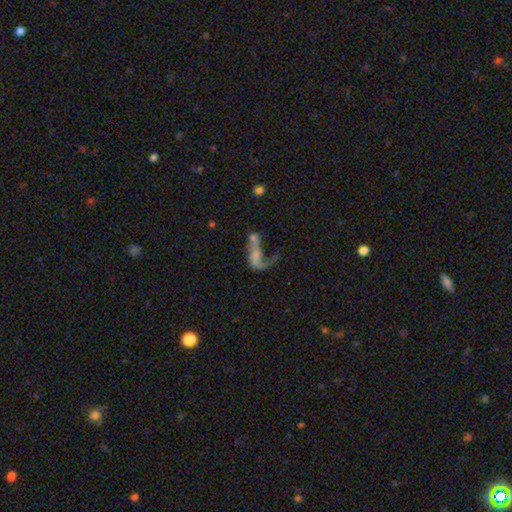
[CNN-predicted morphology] The model was most divided on "merging": merger: 36%, major disturbance: 34%, none: 19%, minor disturbance: 11%. Remaining: edge-on disk — no (94%); bar — no (68%); spiral arms — yes (59%); smooth or featured — featured or disk (57%); bulge size — none (42%).